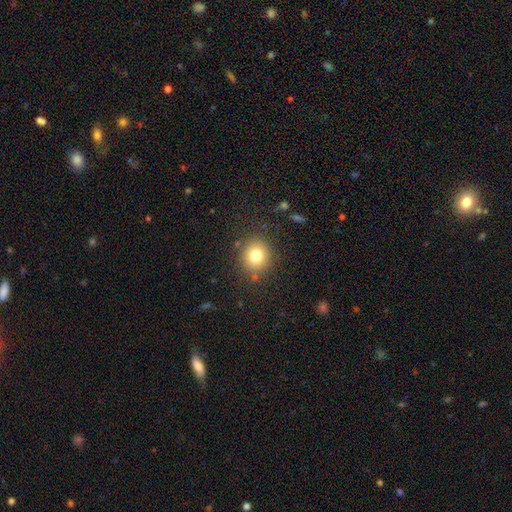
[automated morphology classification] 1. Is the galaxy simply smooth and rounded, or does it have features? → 79% smooth, 12% star or artifact, 9% featured or disk.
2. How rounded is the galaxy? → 84% round, 15% in between, 1% cigar-shaped.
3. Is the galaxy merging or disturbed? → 86% none, 9% minor disturbance, 3% major disturbance, 2% merger.